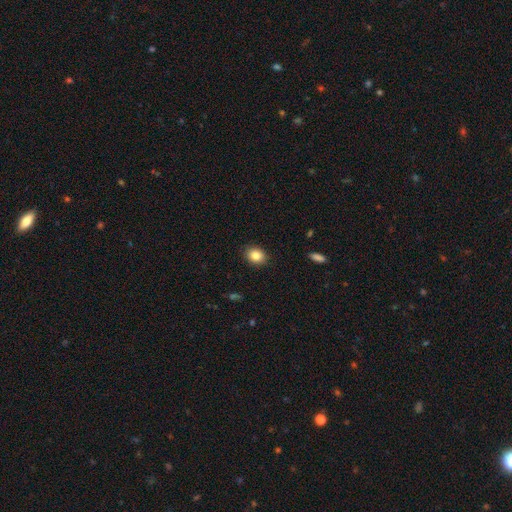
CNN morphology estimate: This appears to be a smooth galaxy with no disk features (85%) that is in between round and cigar-shaped (52%). Merging: none (89%).